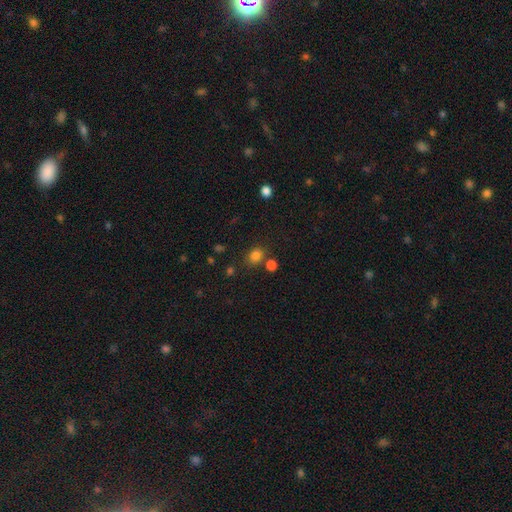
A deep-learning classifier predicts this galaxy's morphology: smooth_or_featured: smooth (p=0.81) [alt: star or artifact p=0.14]
how_rounded: round (p=0.56) [alt: in between p=0.43]
merging: none (p=0.71) [alt: merger p=0.13]